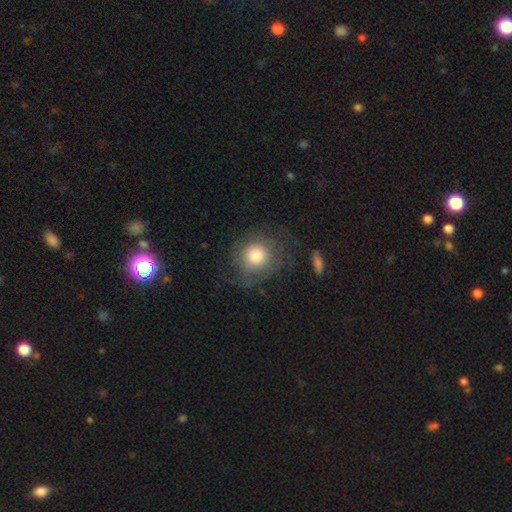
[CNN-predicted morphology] A smooth galaxy with no disk features (65%) that is round (87%).

Vote fractions:
- Smooth or featured? smooth: 65% / featured or disk: 26% / star or artifact: 9%
- How rounded? round: 87% / in between: 12% / cigar-shaped: 1%
- Merging? none: 67% / minor disturbance: 17% / major disturbance: 14% / merger: 2%